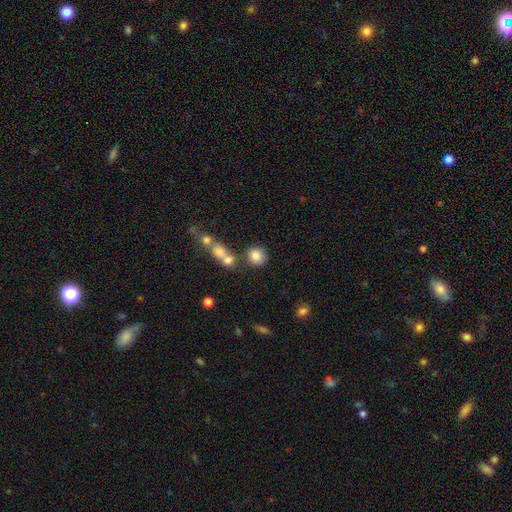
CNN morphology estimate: Overall: smooth (81%). How rounded: round (86%). Merging: none (67%).